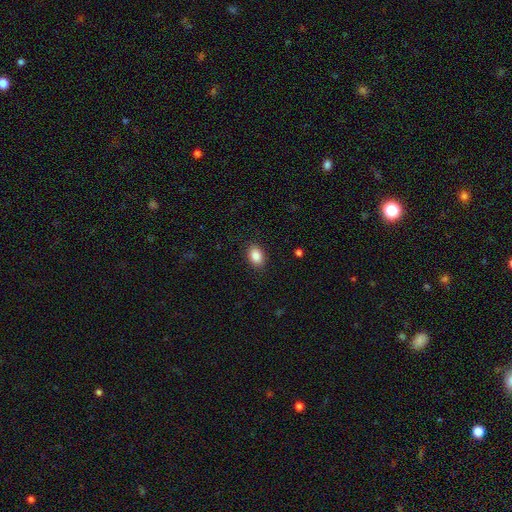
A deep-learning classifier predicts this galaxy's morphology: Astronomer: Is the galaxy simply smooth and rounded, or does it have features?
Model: smooth — 88%.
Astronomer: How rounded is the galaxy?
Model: in between — 85%.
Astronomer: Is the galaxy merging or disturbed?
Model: none — 88%.